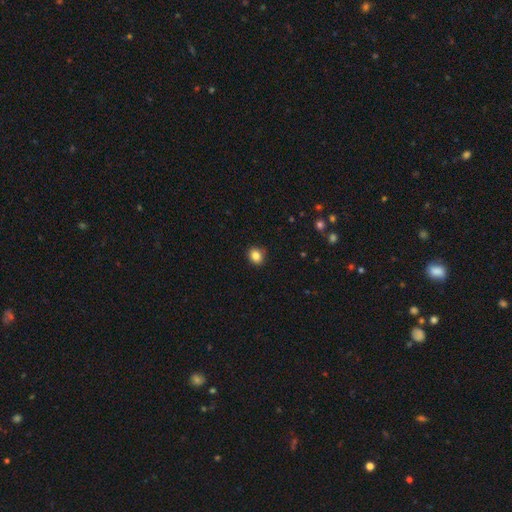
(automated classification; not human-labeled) This is clearly a smooth galaxy (84%). How rounded: likely round (73%). Merging: clearly none (89%).